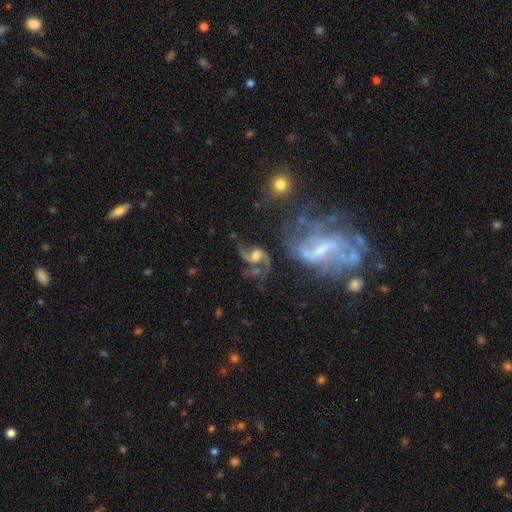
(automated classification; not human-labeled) Smooth or featured? featured or disk (87%)
Edge-on disk? no (98%)
Bar? no (52%)
Spiral arms? yes (95%)
Spiral winding? loose (62%)
Spiral arm count? 2 (90%)
Bulge size? moderate (46%)
Merging? none (51%)